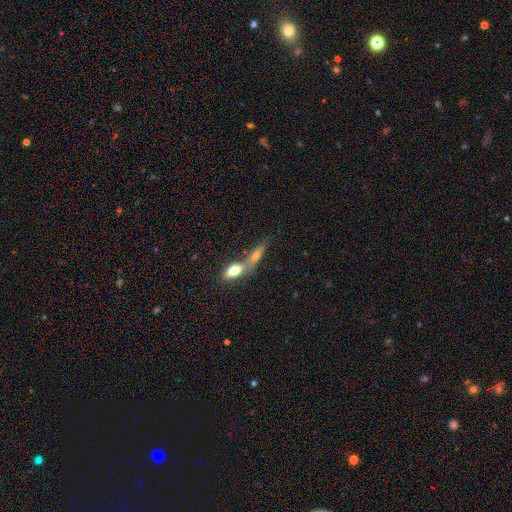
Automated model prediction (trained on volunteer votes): Smooth or featured?
  - smooth: 55% *
  - featured or disk: 34%
  - star or artifact: 11%
How rounded?
  - cigar-shaped: 48% *
  - in between: 44%
  - round: 8%
Merging?
  - merger: 52% *
  - none: 35%
  - minor disturbance: 8%
  - major disturbance: 5%